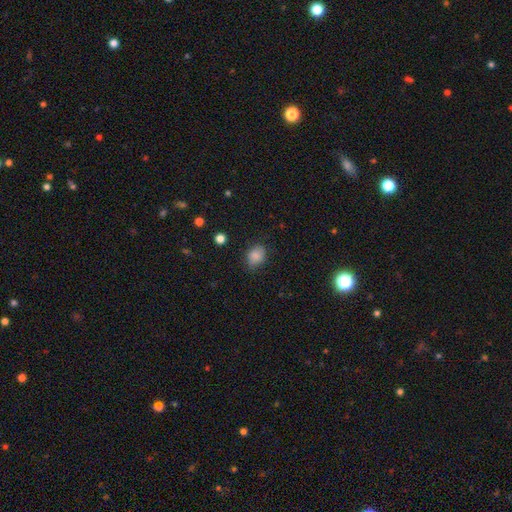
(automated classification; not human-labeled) The model was most divided on "how rounded": in between: 60%, round: 39%, cigar-shaped: 1%. More confident: smooth or featured — smooth (84%); merging — none (71%).